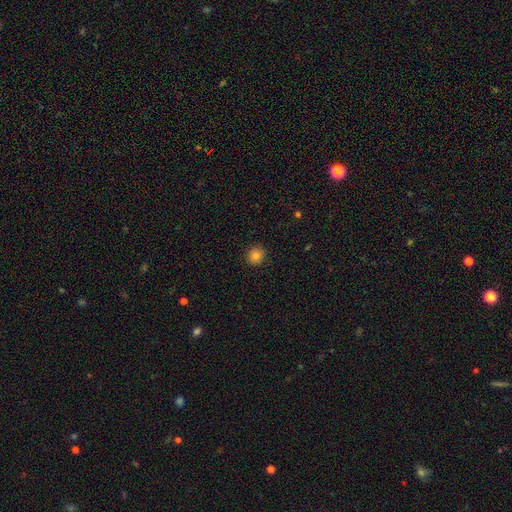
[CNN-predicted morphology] This appears to be a smooth galaxy with no disk features (82%) that is round (86%). Merging: none (91%).